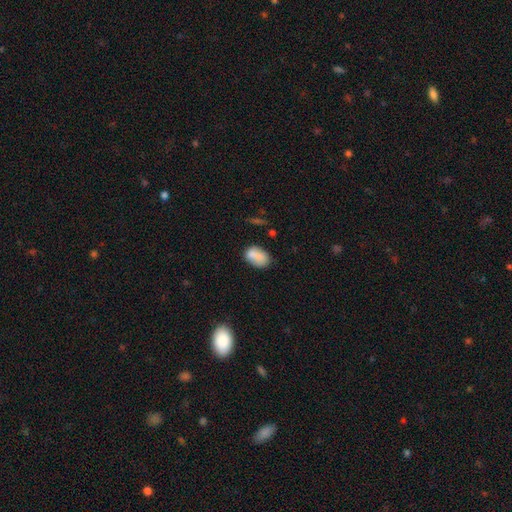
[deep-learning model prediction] This appears to be a smooth galaxy with no disk features (82%) that is in between round and cigar-shaped (84%). Merging: none (61%).